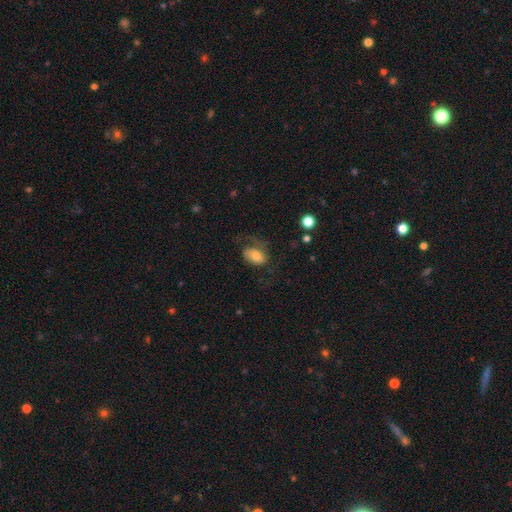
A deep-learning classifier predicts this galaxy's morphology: This appears to be a smooth galaxy with no disk features (57%) that is in between round and cigar-shaped (86%). Merging: none (42%).